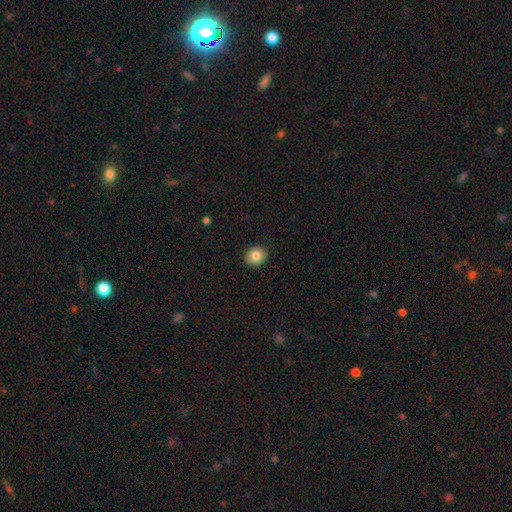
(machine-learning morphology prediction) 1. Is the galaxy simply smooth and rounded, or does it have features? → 83% smooth, 9% star or artifact, 8% featured or disk.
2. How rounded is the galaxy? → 75% round, 24% in between, 1% cigar-shaped.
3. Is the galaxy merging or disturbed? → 91% none, 6% minor disturbance, 2% major disturbance, 1% merger.